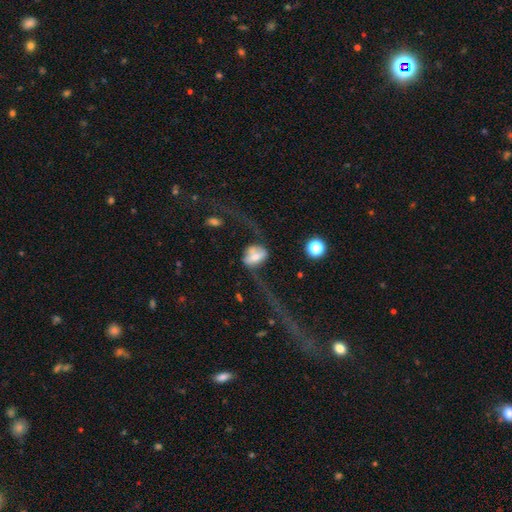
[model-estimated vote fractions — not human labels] Overall: featured or disk (51%; smooth 41%). Edge-on disk: no (81%). Merging: major disturbance (39%; none 31%).